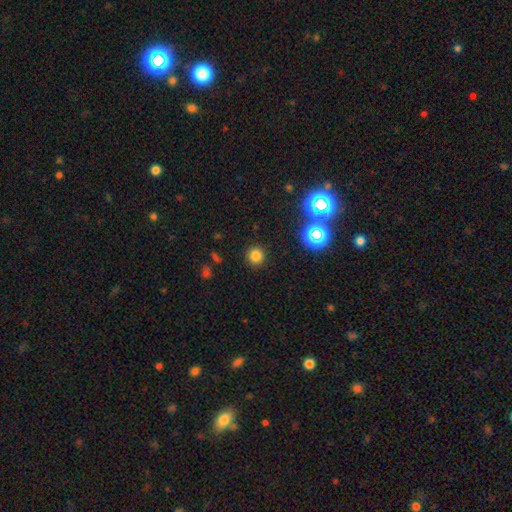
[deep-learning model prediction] The model was most divided on "smooth or featured": smooth: 78%, star or artifact: 18%, featured or disk: 5%. More confident: how rounded — round (93%); merging — none (90%).